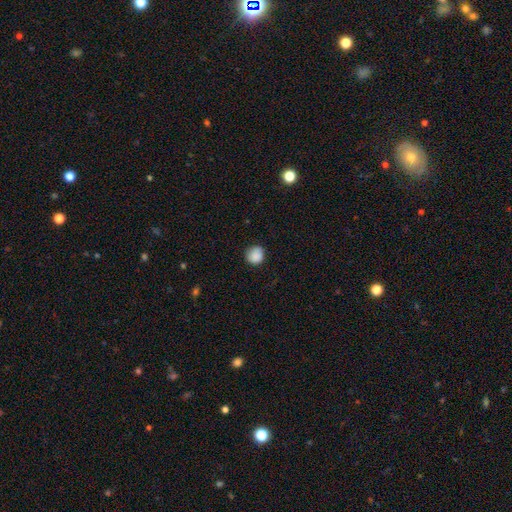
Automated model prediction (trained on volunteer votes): Q: Smooth or featured?
A: smooth (88%); runner-up: star or artifact (8%)
Q: How rounded?
A: round (88%); runner-up: in between (11%)
Q: Merging?
A: none (80%); runner-up: minor disturbance (16%)